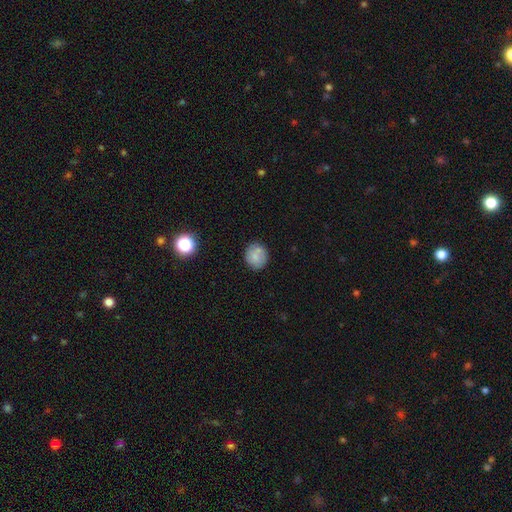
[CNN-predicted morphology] A smooth galaxy with no disk features (75%) that is round (85%). Merging: none (75%).